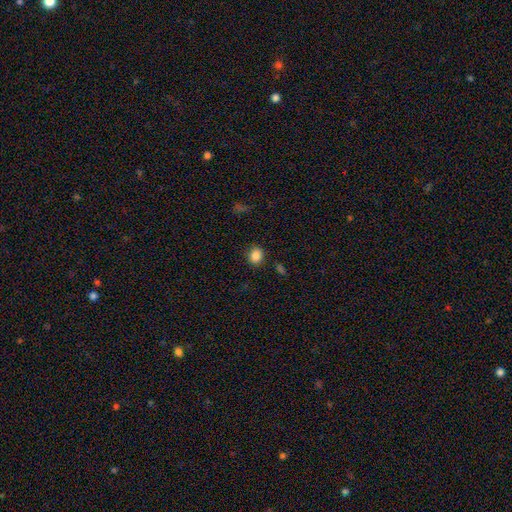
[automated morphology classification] smooth-or-featured: smooth: 86% | star or artifact: 10% | featured or disk: 4%
  how-rounded: round: 58% | in between: 41% | cigar-shaped: 1%
  merging: none: 86% | minor disturbance: 9% | major disturbance: 3% | merger: 2%